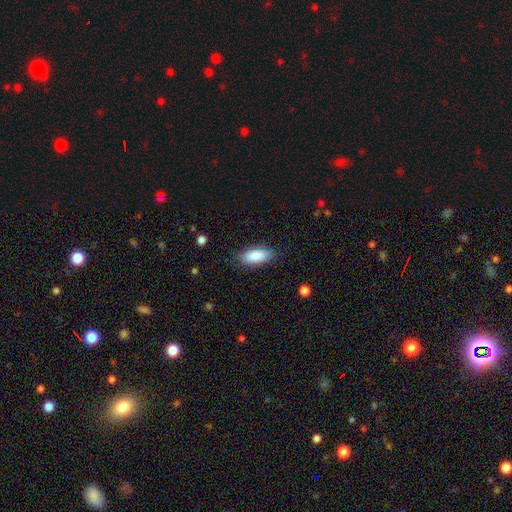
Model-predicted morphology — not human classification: smooth_or_featured: smooth (p=0.87) [alt: featured or disk p=0.06]
how_rounded: in between (p=0.85) [alt: cigar-shaped p=0.13]
merging: none (p=0.83) [alt: minor disturbance p=0.12]